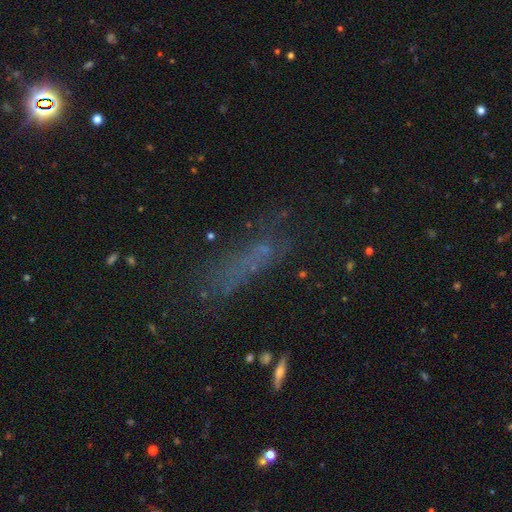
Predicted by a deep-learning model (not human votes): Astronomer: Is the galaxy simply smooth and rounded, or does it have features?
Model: smooth — 46% (runner-up: star or artifact, 31%).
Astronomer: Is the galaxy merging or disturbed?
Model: none — 53%.